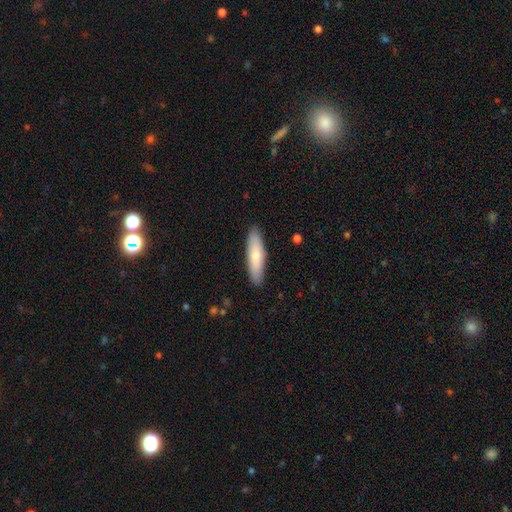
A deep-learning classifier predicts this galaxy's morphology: Smooth or featured?
  - smooth: 73% *
  - featured or disk: 22%
  - star or artifact: 5%
How rounded?
  - cigar-shaped: 67% *
  - in between: 31%
  - round: 2%
Merging?
  - none: 89% *
  - minor disturbance: 8%
  - major disturbance: 2%
  - merger: 1%